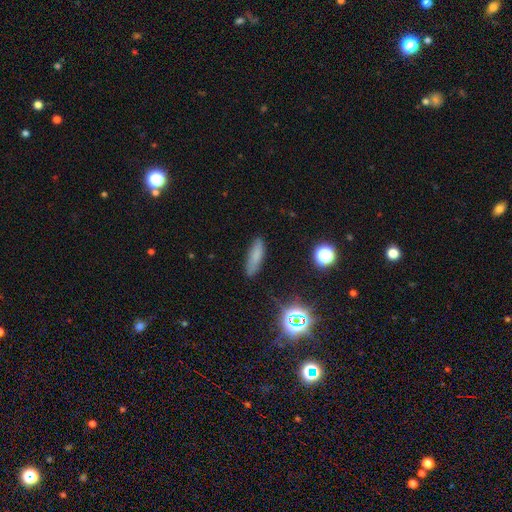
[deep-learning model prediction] A smooth galaxy with no disk features (74%) that is cigar-shaped (59%). Merging: none (81%).